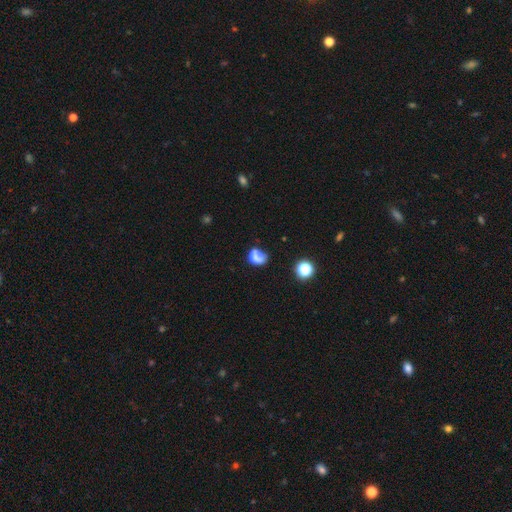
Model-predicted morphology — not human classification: The model was most divided on "merging": none: 33%, minor disturbance: 30%, major disturbance: 23%, merger: 14%. More confident: smooth or featured — smooth (70%); how rounded — in between (61%).